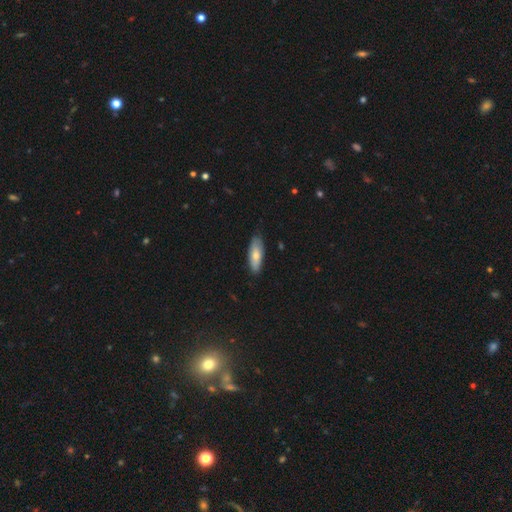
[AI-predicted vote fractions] Q: Smooth or featured?
A: smooth (69%); runner-up: featured or disk (26%)
Q: How rounded?
A: in between (66%); runner-up: cigar-shaped (32%)
Q: Merging?
A: none (80%); runner-up: minor disturbance (16%)